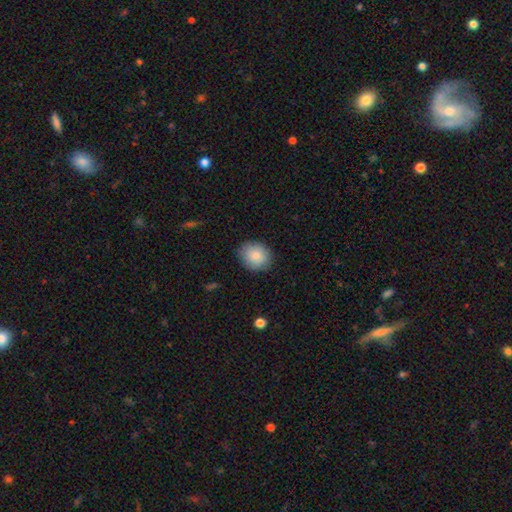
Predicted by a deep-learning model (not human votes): Smooth or featured: smooth — 87% (star or artifact — 7%)
How rounded: round — 64% (in between — 35%)
Merging: none — 84% (minor disturbance — 12%)